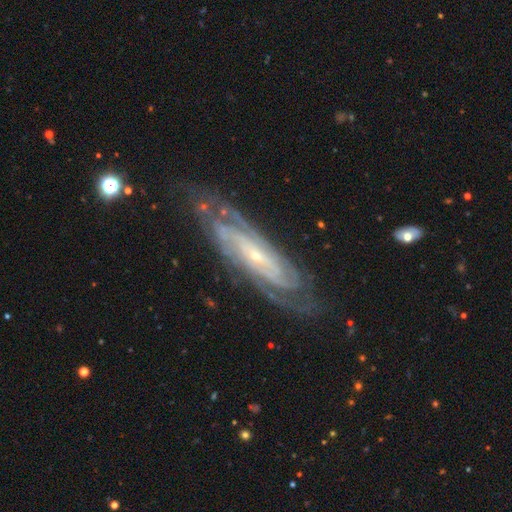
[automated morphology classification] Smooth or featured: featured or disk — 89% (smooth — 6%)
Edge-on disk: no — 87% (yes — 13%)
Bar: no — 56% (weak — 28%)
Spiral arms: yes — 97% (no — 3%)
Spiral winding: tight — 70% (medium — 25%)
Spiral arm count: can't tell — 31% (2 — 27%)
Bulge size: small — 82% (moderate — 14%)
Merging: none — 76% (minor disturbance — 17%)